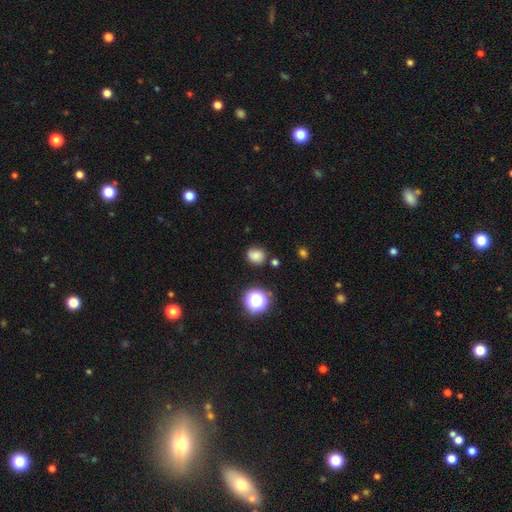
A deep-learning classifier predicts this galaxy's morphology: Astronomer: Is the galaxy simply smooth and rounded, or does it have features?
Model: smooth — 77%.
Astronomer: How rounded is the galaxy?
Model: round — 68%.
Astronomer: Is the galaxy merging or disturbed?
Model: none — 76%.